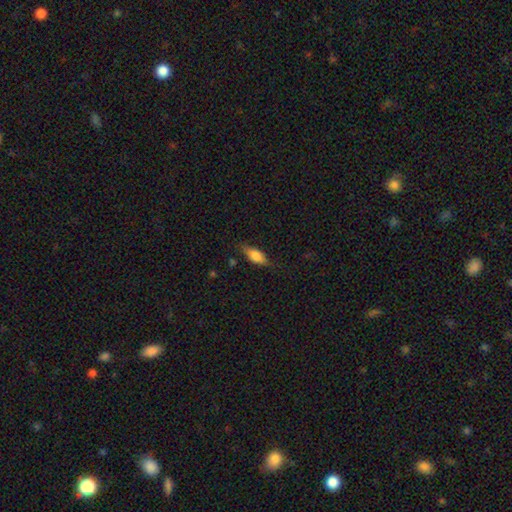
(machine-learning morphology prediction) Smooth or featured? Predicted: smooth (p=0.64). How rounded? Predicted: in between (p=0.70). Merging? Predicted: none (p=0.74).